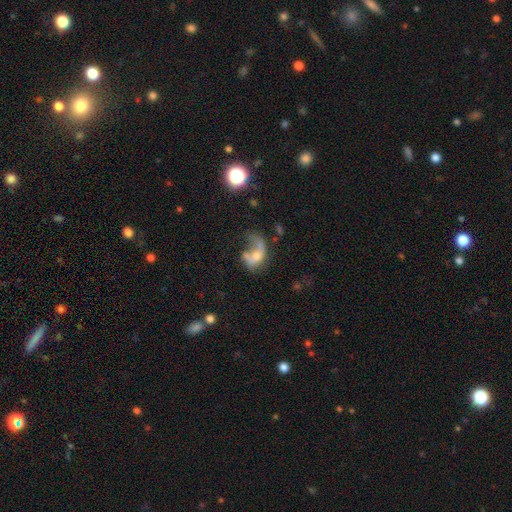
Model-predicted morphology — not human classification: Q: Smooth or featured?
A: featured or disk (50%); runner-up: smooth (39%)
Q: Edge-on disk?
A: no (96%); runner-up: yes (4%)
Q: Merging?
A: major disturbance (49%); runner-up: none (20%)